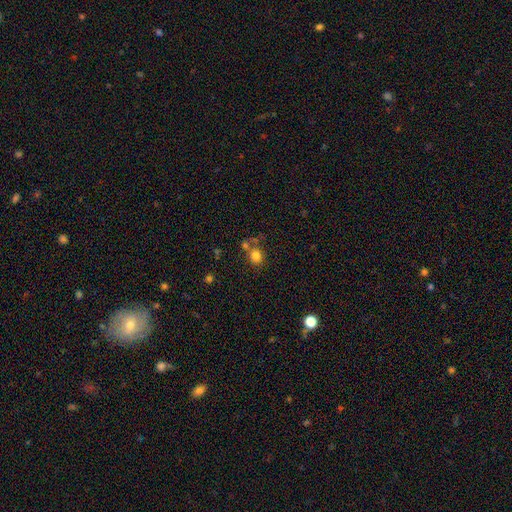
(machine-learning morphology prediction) This is likely a smooth galaxy (79%). How rounded: likely round (74%). Merging: possibly none (55%).